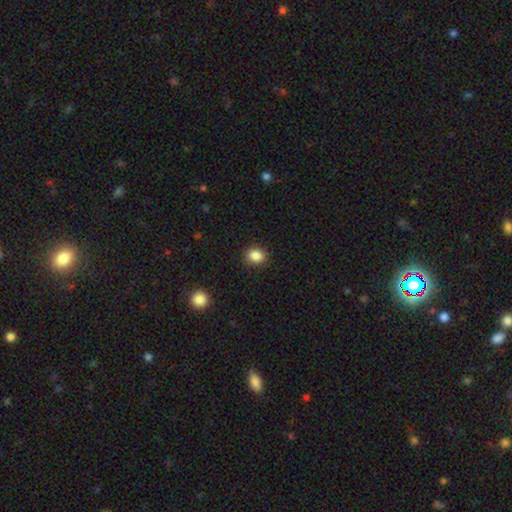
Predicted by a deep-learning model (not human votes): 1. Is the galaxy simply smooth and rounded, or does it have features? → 86% smooth, 10% star or artifact, 4% featured or disk.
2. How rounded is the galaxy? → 50% round, 49% in between, 1% cigar-shaped.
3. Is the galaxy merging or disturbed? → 88% none, 9% minor disturbance, 2% major disturbance, 1% merger.